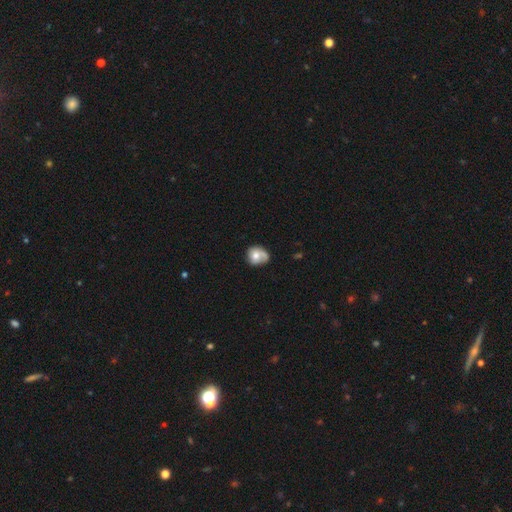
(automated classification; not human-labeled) A smooth galaxy with no disk features (61%) that is round (63%). Merging: none (43%).